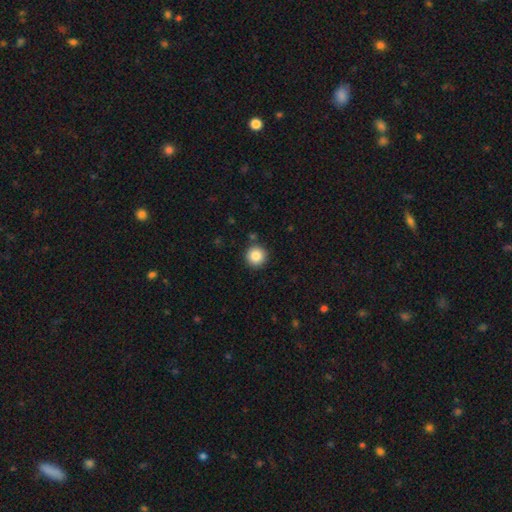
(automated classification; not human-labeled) Smooth or featured? Predicted: smooth (p=0.86). How rounded? Predicted: round (p=0.95). Merging? Predicted: none (p=0.88).